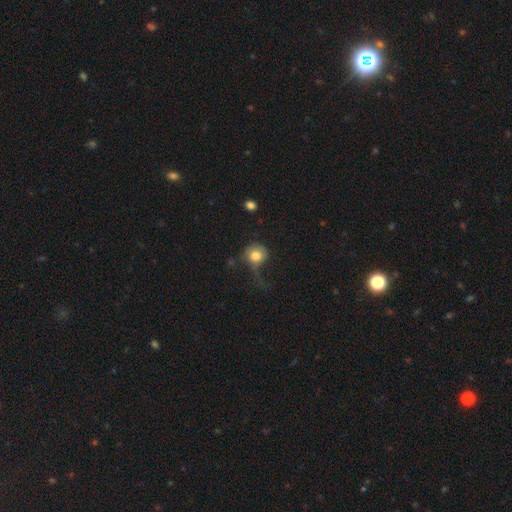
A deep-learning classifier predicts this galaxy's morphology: smooth 78%, featured or disk 13%, star or artifact 9%. Down the decision tree: how rounded — round (84%); merging — major disturbance (36%).